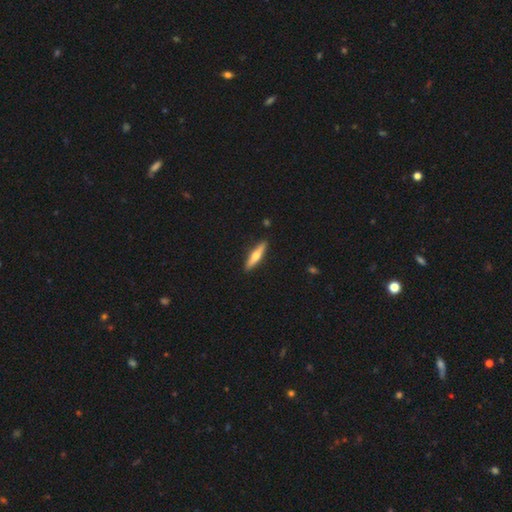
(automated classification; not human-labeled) This appears to be a featured or disk galaxy (50%) viewed edge-on (94%). Merging: none (91%).